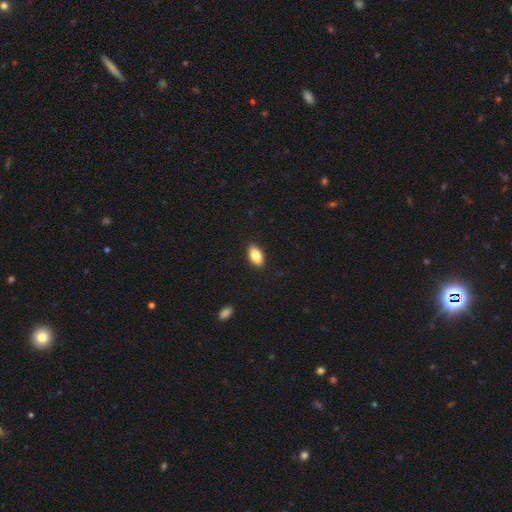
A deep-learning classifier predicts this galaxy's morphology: Smooth or featured? smooth (82%)
How rounded? in between (92%)
Merging? none (88%)